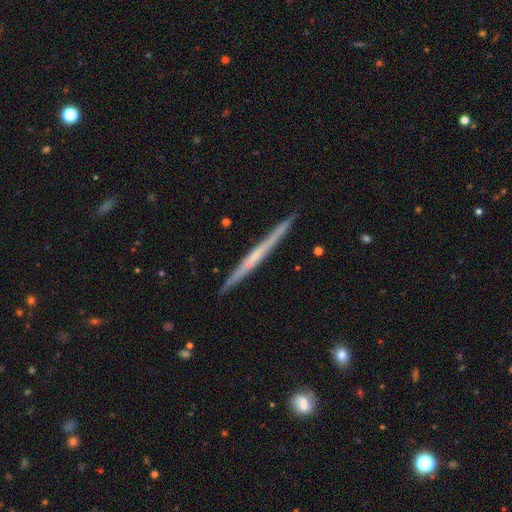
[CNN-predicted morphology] Smooth or featured: featured or disk — 64% (smooth — 31%)
Edge-on disk: yes — 98% (no — 2%)
Edge-on bulge: none — 76% (rounded — 18%)
Merging: none — 91% (minor disturbance — 6%)